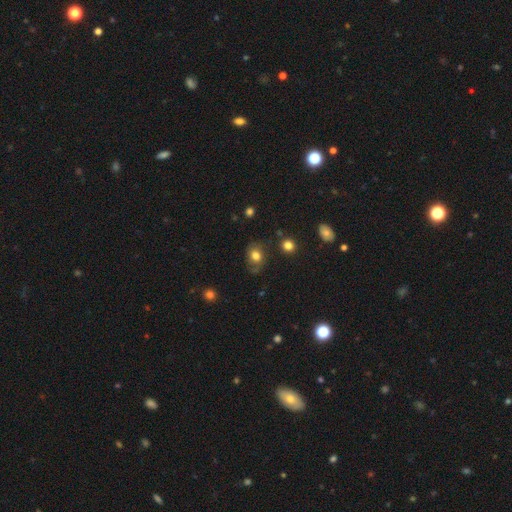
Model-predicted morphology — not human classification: A smooth galaxy with no disk features (71%) that is in between round and cigar-shaped (50%). Merging: none (66%).